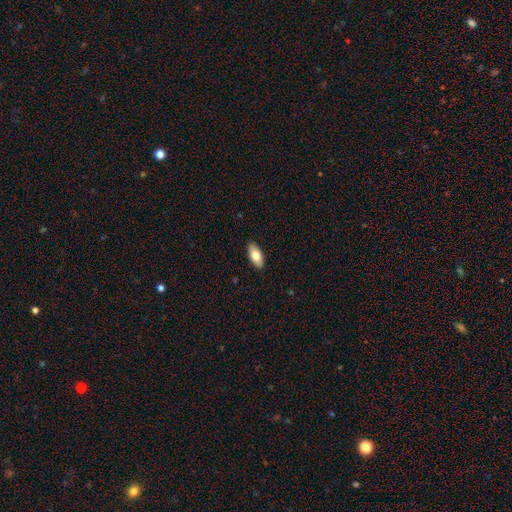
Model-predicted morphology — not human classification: Smooth or featured: smooth — 79% (featured or disk — 15%)
How rounded: in between — 86% (cigar-shaped — 12%)
Merging: none — 89% (minor disturbance — 8%)